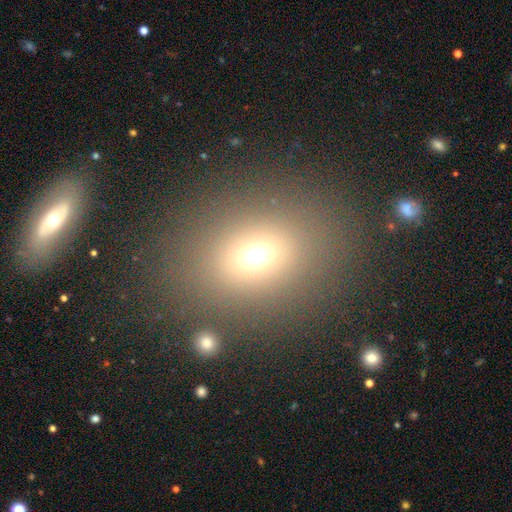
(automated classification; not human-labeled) This appears to be a smooth galaxy with no disk features (69%) that is in between round and cigar-shaped (51%). Merging: none (79%).